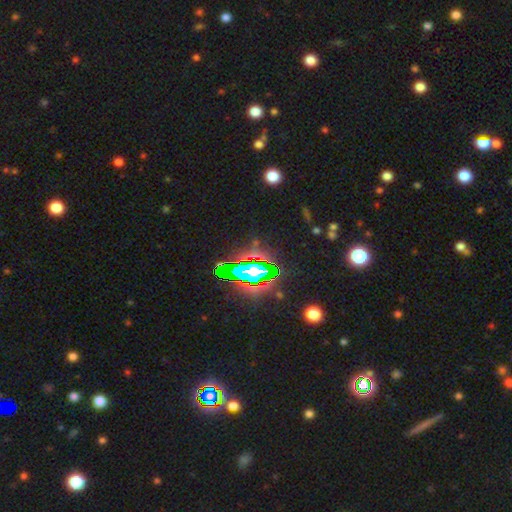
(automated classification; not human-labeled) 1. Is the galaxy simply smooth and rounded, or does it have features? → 80% star or artifact, 11% smooth, 9% featured or disk.